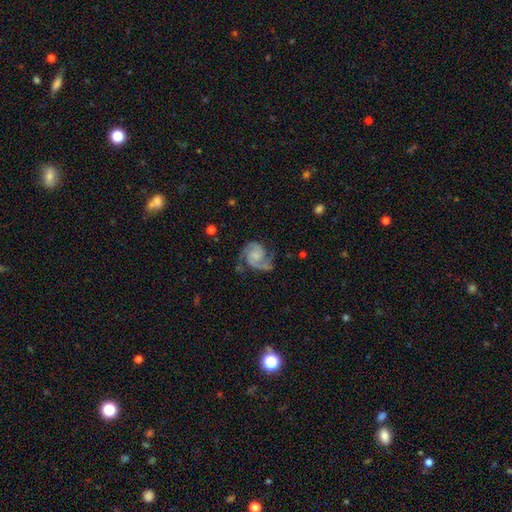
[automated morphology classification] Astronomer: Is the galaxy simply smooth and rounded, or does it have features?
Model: featured or disk — 88%.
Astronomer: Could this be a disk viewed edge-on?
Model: no — 98%.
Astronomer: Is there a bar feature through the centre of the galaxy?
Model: no — 67%.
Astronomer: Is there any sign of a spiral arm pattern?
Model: yes — 98%.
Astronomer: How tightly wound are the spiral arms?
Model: medium — 51% (runner-up: tight, 34%).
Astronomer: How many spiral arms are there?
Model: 2 — 90%.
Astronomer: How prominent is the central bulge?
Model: small — 46% (runner-up: none, 29%).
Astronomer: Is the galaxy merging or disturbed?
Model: none — 66%.